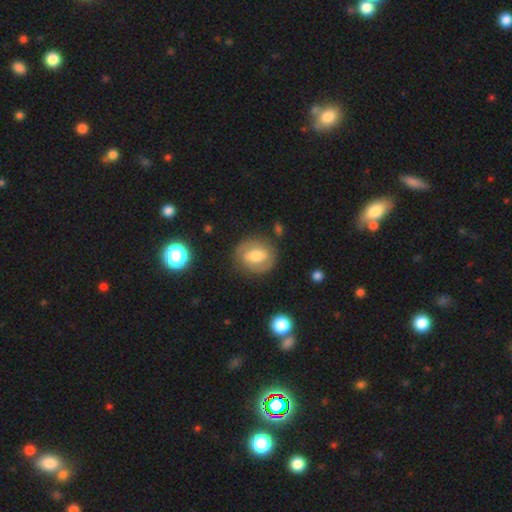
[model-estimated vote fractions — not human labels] This appears to be a featured or disk galaxy (59%) with a weak bar (47%), spiral arms (79%) and a moderate central bulge (58%). Merging: none (81%).